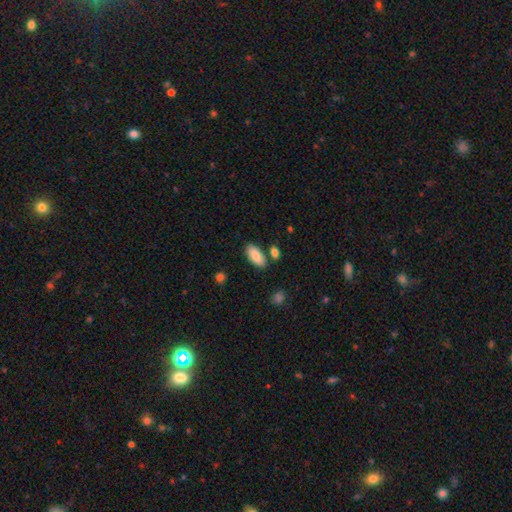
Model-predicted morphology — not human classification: Smooth or featured?
  - smooth: 86% *
  - featured or disk: 8%
  - star or artifact: 6%
How rounded?
  - in between: 90% *
  - cigar-shaped: 8%
  - round: 2%
Merging?
  - none: 80% *
  - minor disturbance: 11%
  - merger: 7%
  - major disturbance: 3%